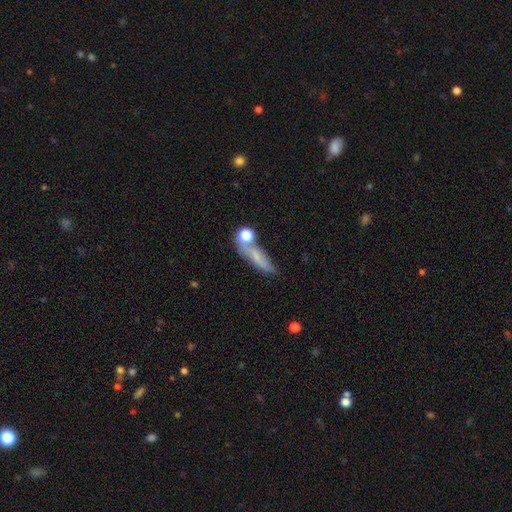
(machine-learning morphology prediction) Smooth or featured? smooth (63%)
How rounded? cigar-shaped (56%)
Merging? none (55%)